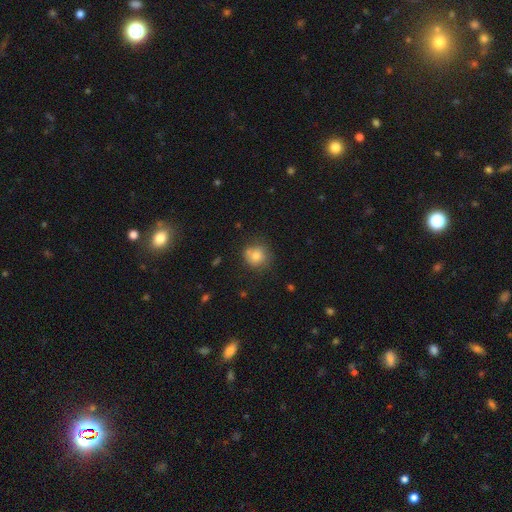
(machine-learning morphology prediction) This is likely a smooth galaxy (77%). How rounded: clearly round (84%). Merging: likely none (65%).